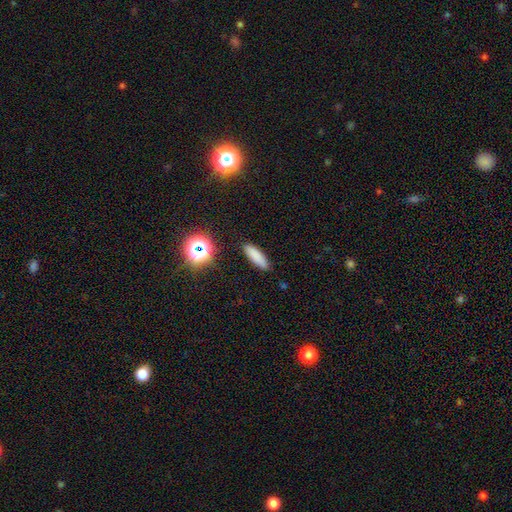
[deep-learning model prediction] This is clearly a smooth galaxy (81%). How rounded: likely cigar-shaped (61%). Merging: clearly none (88%).